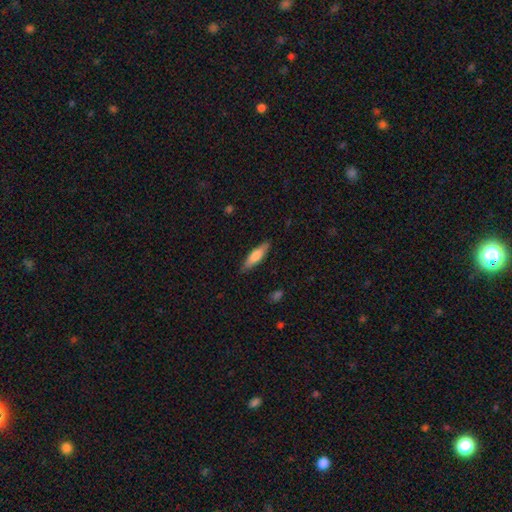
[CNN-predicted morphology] A smooth galaxy with no disk features (70%) that is cigar-shaped (70%). Merging: none (88%).